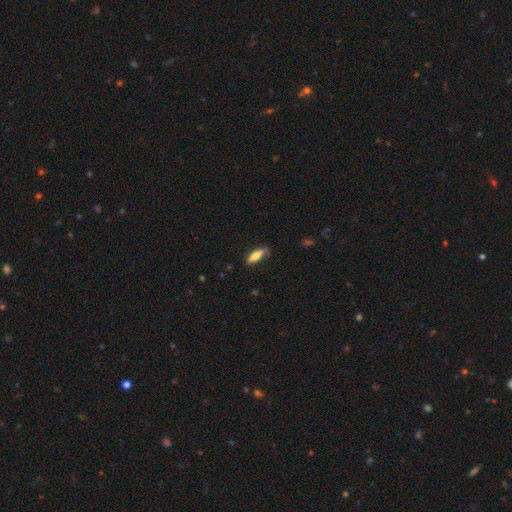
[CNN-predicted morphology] smooth-or-featured: smooth: 72% | featured or disk: 21% | star or artifact: 6%
  how-rounded: in between: 52% | cigar-shaped: 46% | round: 2%
  merging: none: 66% | minor disturbance: 25% | major disturbance: 6% | merger: 2%